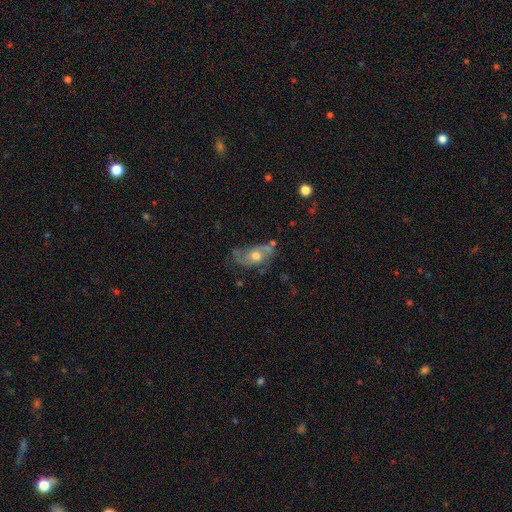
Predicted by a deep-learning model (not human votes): A featured or disk galaxy (61%) with no bar (74%), spiral arms (73%) and a moderate central bulge (68%).

Vote fractions:
- Smooth or featured? featured or disk: 61% / smooth: 30% / star or artifact: 9%
- Edge-on disk? no: 92% / yes: 8%
- Bar? no: 74% / weak: 22% / strong: 4%
- Spiral arms? yes: 73% / no: 27%
- Bulge size? moderate: 68% / large: 15% / small: 14% / none: 2% / dominant: 1%
- Merging? none: 47% / minor disturbance: 27% / major disturbance: 17% / merger: 8%